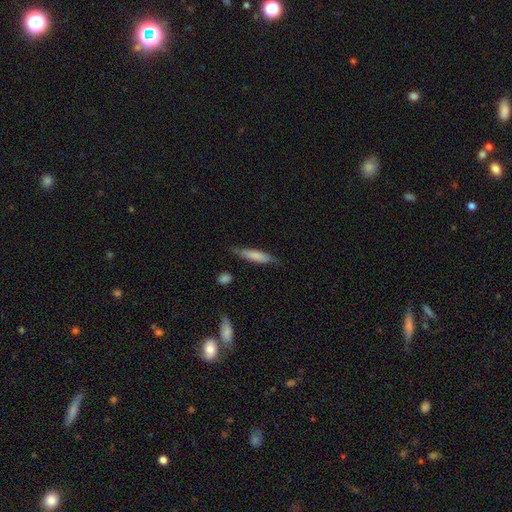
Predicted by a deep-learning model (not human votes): smooth-or-featured: smooth: 74% | featured or disk: 21% | star or artifact: 6%
  how-rounded: cigar-shaped: 79% | in between: 19% | round: 1%
  merging: none: 75% | minor disturbance: 19% | major disturbance: 4% | merger: 2%